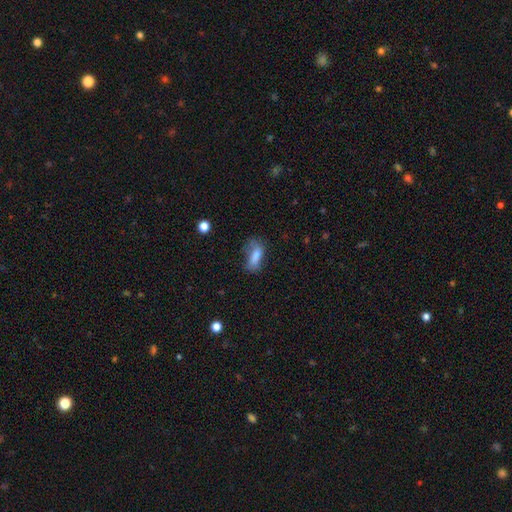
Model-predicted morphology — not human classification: Smooth or featured? Predicted: smooth (p=0.72). How rounded? Predicted: in between (p=0.76). Merging? Predicted: none (p=0.41).